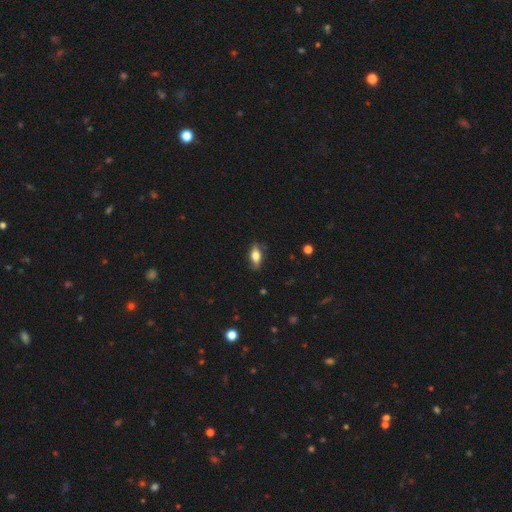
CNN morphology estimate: smooth 67%, featured or disk 26%, star or artifact 7%. Down the decision tree: how rounded — in between (79%); merging — none (78%).